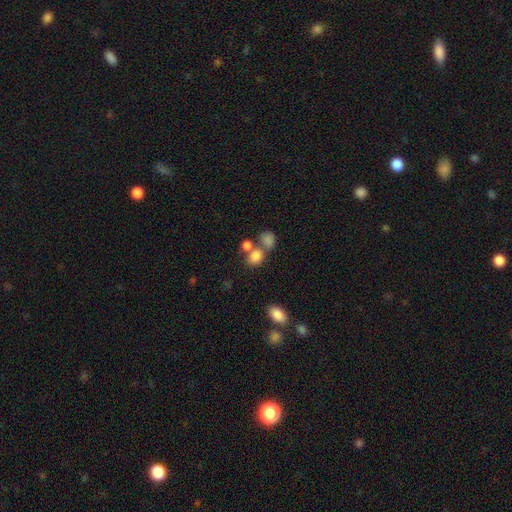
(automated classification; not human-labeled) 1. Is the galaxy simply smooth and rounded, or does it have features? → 80% smooth, 12% star or artifact, 9% featured or disk.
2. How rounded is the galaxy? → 54% round, 45% in between, 1% cigar-shaped.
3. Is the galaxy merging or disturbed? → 43% none, 40% merger, 11% minor disturbance, 6% major disturbance.